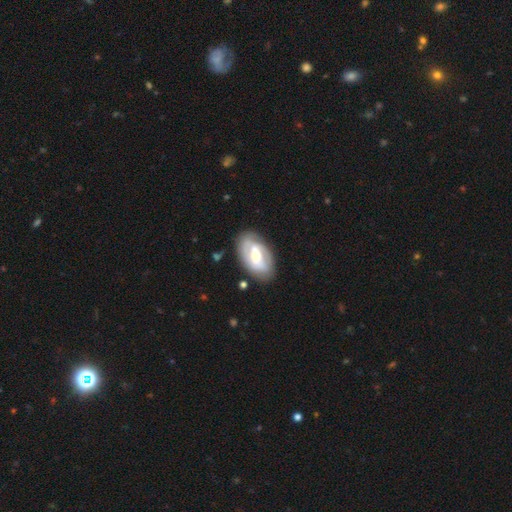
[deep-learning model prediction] Smooth or featured?
  - featured or disk: 66% *
  - smooth: 28%
  - star or artifact: 5%
Edge-on disk?
  - no: 92% *
  - yes: 8%
Bar?
  - strong: 42% *
  - weak: 36%
  - no: 23%
Spiral arms?
  - yes: 55% *
  - no: 45%
Bulge size?
  - moderate: 64% *
  - small: 26%
  - large: 8%
  - none: 1%
  - dominant: 1%
Merging?
  - none: 75% *
  - minor disturbance: 17%
  - major disturbance: 6%
  - merger: 3%